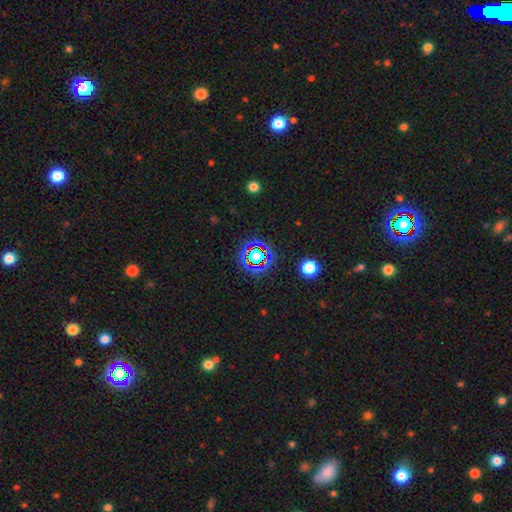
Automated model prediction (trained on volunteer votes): This is likely a star or artifact rather than a galaxy (66%).